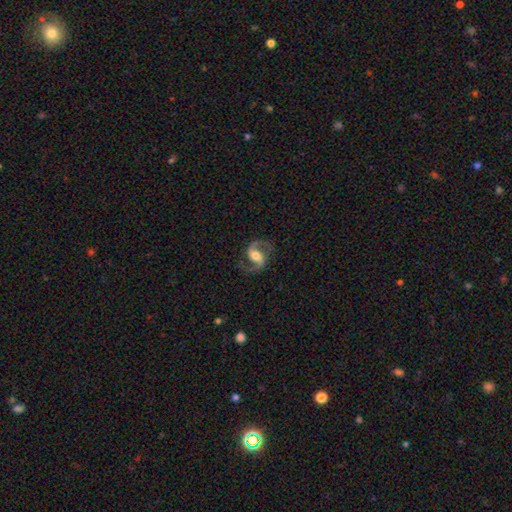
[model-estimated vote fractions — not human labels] This appears to be a featured or disk galaxy (89%) with a weak bar (40%), 2 (93%) medium (55%) spiral arms (97%) and a moderate central bulge (65%). Merging: none (80%).